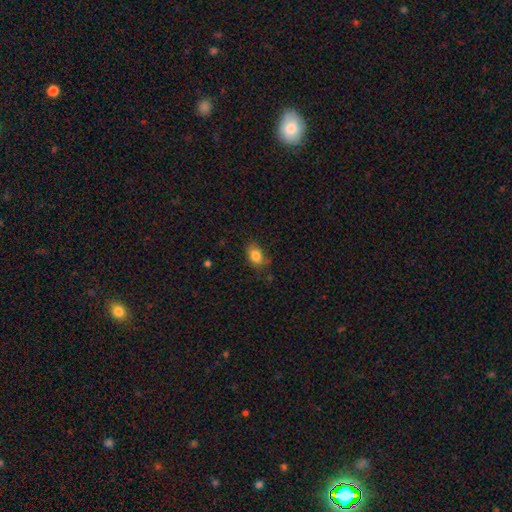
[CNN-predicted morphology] Smooth or featured? Predicted: smooth (p=0.84). How rounded? Predicted: in between (p=0.77). Merging? Predicted: none (p=0.76).